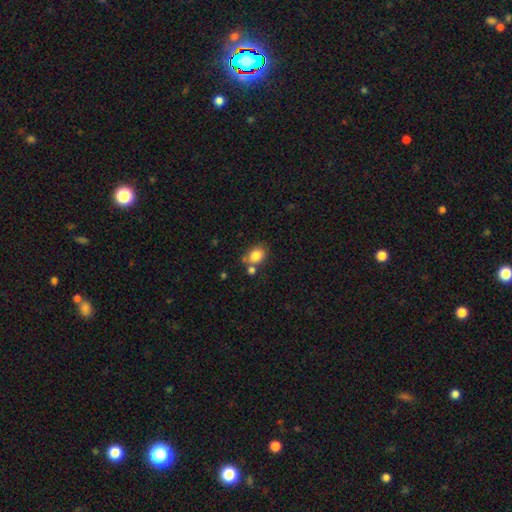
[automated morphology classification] smooth 83%, star or artifact 10%, featured or disk 7%. Down the decision tree: how rounded — in between (56%); merging — none (61%).